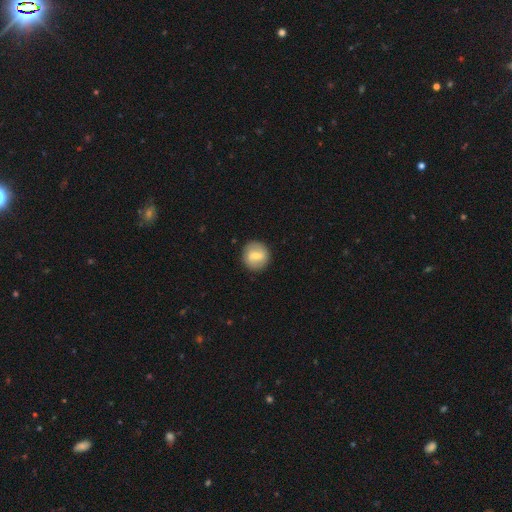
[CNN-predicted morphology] Smooth or featured? Predicted: smooth (p=0.55). How rounded? Predicted: round (p=0.87). Merging? Predicted: none (p=0.87).